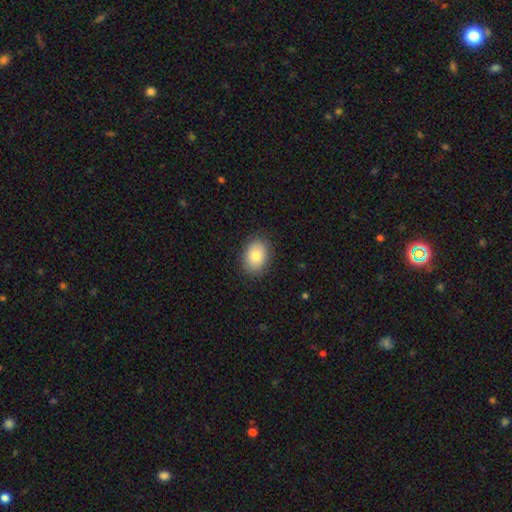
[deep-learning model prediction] Morphology: type=smooth (81%); roundness=in between (71%); merging=none (86%).